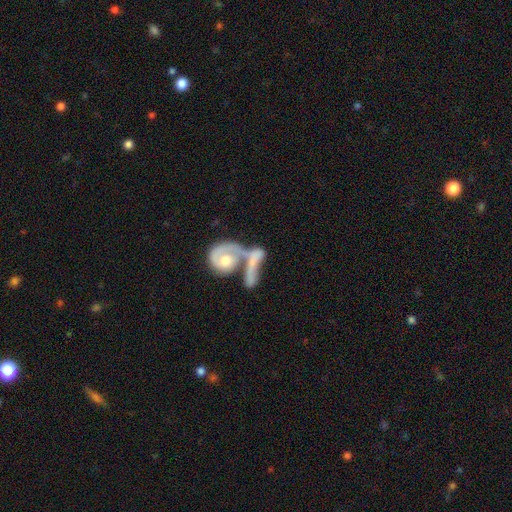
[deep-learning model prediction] Smooth or featured?
  - featured or disk: 51% *
  - smooth: 43%
  - star or artifact: 7%
Edge-on disk?
  - no: 83% *
  - yes: 17%
Merging?
  - merger: 58% *
  - none: 19%
  - major disturbance: 14%
  - minor disturbance: 9%